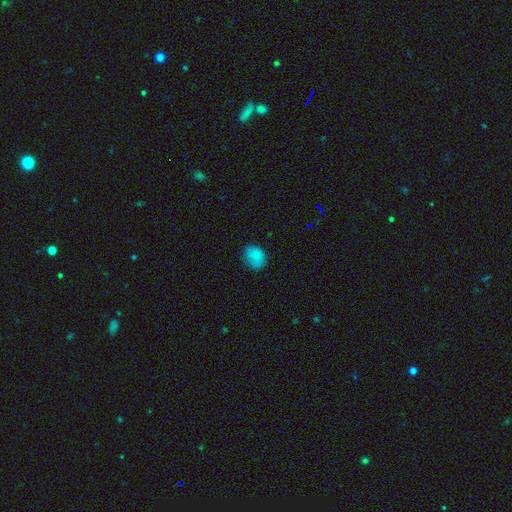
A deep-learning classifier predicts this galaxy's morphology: This is clearly a smooth galaxy (81%). How rounded: possibly in between (52%). Merging: likely none (67%).